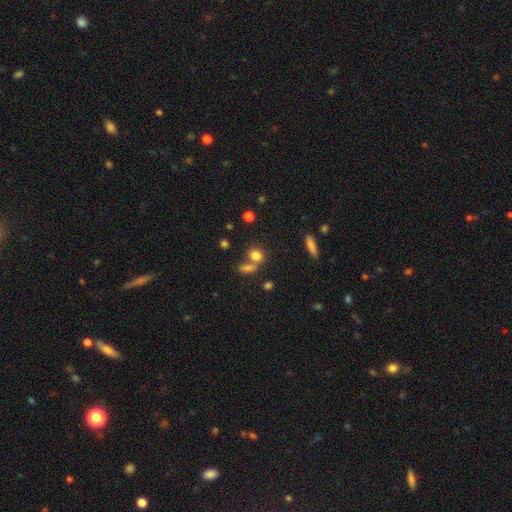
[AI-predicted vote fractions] A smooth galaxy with no disk features (79%) that is in between round and cigar-shaped (50%).

Vote fractions:
- Smooth or featured? smooth: 79% / star or artifact: 12% / featured or disk: 8%
- How rounded? in between: 50% / round: 46% / cigar-shaped: 4%
- Merging? none: 50% / merger: 36% / minor disturbance: 10% / major disturbance: 5%